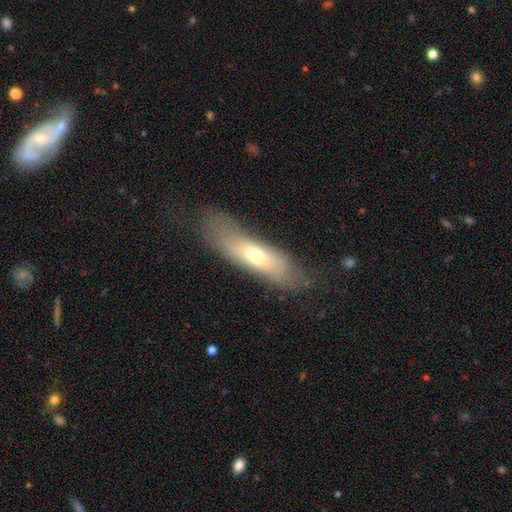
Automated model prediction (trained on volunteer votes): smooth-or-featured: smooth: 58% | featured or disk: 33% | star or artifact: 9%
  how-rounded: cigar-shaped: 51% | in between: 46% | round: 3%
  merging: none: 60% | minor disturbance: 23% | major disturbance: 15% | merger: 2%